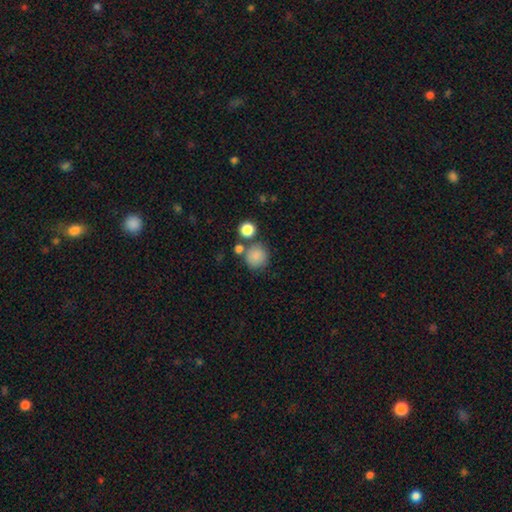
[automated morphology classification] Smooth or featured? smooth (84%)
How rounded? round (91%)
Merging? none (69%)